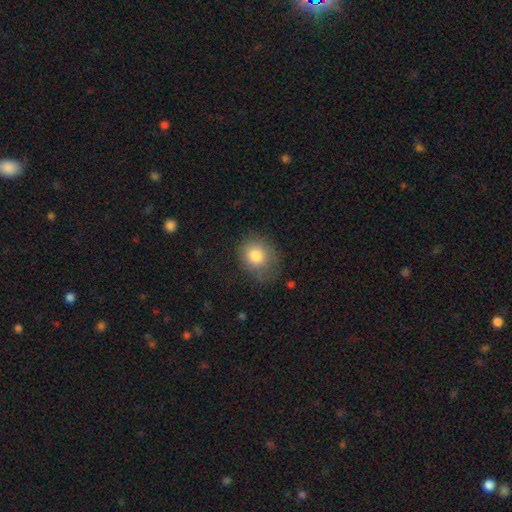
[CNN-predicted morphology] The model was most divided on "how rounded": round: 64%, in between: 35%, cigar-shaped: 1%. More confident: smooth or featured — smooth (80%); merging — none (64%).